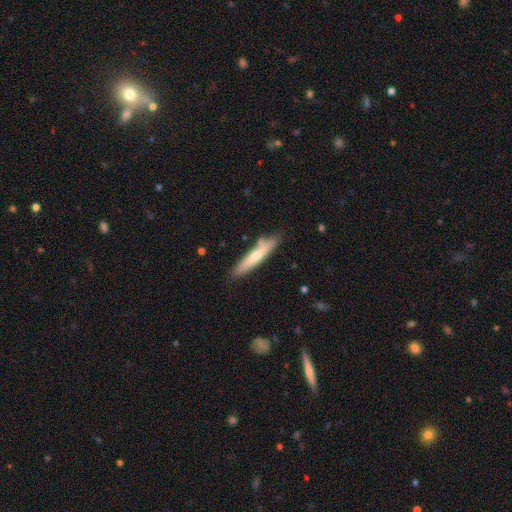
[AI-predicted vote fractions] Smooth or featured?
  - smooth: 60% *
  - featured or disk: 35%
  - star or artifact: 6%
How rounded?
  - cigar-shaped: 89% *
  - in between: 10%
  - round: 1%
Merging?
  - none: 78% *
  - minor disturbance: 14%
  - merger: 5%
  - major disturbance: 3%